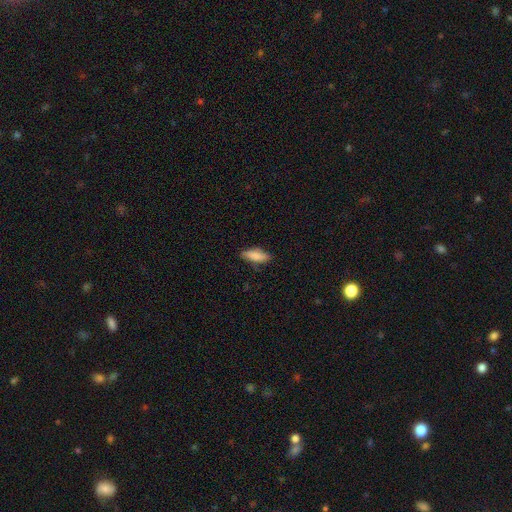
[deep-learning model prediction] A smooth galaxy with no disk features (84%) that is in between round and cigar-shaped (67%).

Vote fractions:
- Smooth or featured? smooth: 84% / featured or disk: 10% / star or artifact: 6%
- How rounded? in between: 67% / cigar-shaped: 31% / round: 2%
- Merging? none: 81% / minor disturbance: 16% / major disturbance: 3% / merger: 1%